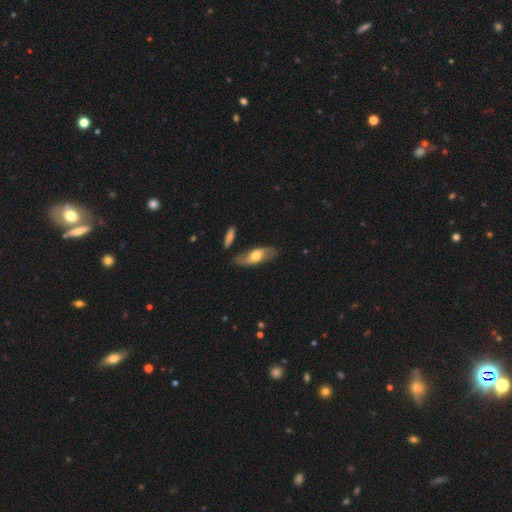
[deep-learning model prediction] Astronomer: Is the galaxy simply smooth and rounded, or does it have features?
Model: featured or disk — 51% (runner-up: smooth, 43%).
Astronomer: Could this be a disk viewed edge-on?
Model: no — 74%.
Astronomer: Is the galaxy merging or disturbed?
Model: none — 76%.